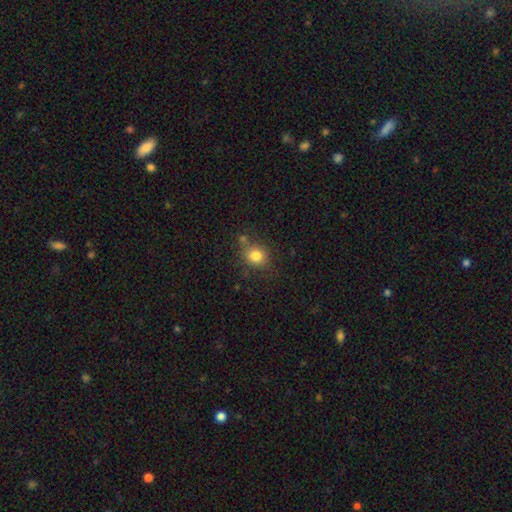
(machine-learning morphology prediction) Q: Smooth or featured?
A: smooth (81%); runner-up: star or artifact (11%)
Q: How rounded?
A: round (73%); runner-up: in between (26%)
Q: Merging?
A: none (71%); runner-up: minor disturbance (15%)